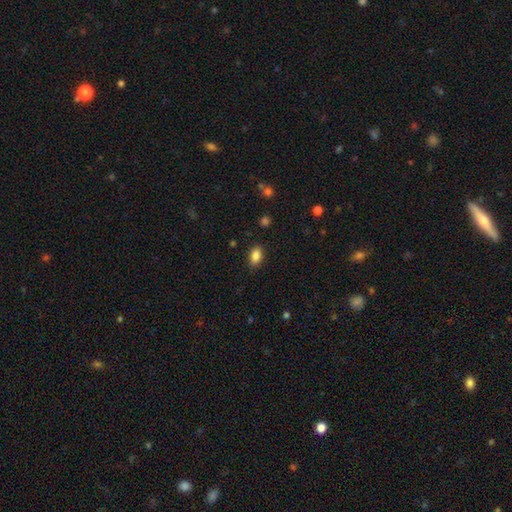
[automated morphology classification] smooth 86%, star or artifact 9%, featured or disk 4%. Down the decision tree: how rounded — in between (87%); merging — none (86%).